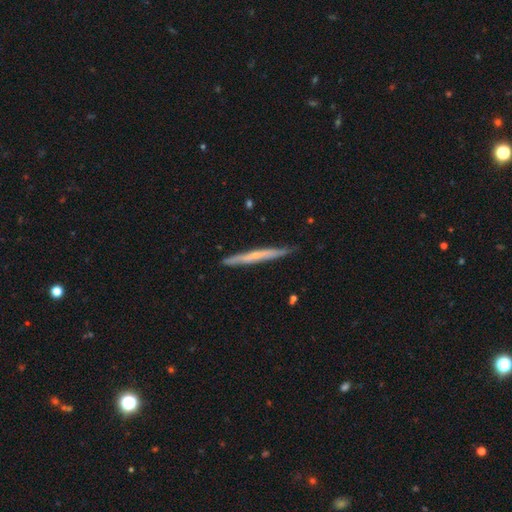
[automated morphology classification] type=featured or disk (57%); edge-on=yes (95%); edge-on bulge=none (58%); merging=none (86%).